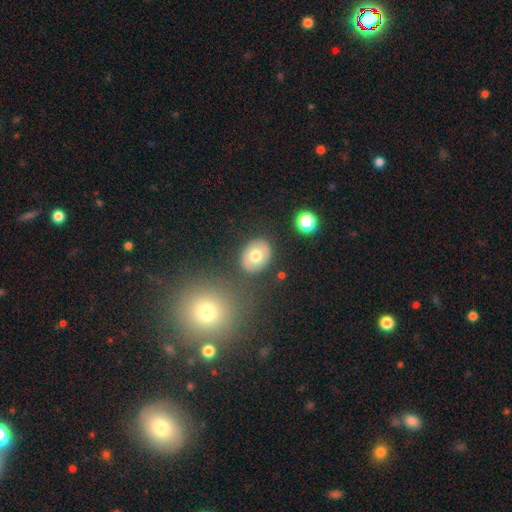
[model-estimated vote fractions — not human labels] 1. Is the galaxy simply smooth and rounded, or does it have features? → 66% smooth, 26% featured or disk, 8% star or artifact.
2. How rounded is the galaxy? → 53% in between, 46% round, 1% cigar-shaped.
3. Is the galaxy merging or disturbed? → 83% none, 10% minor disturbance, 3% merger, 3% major disturbance.